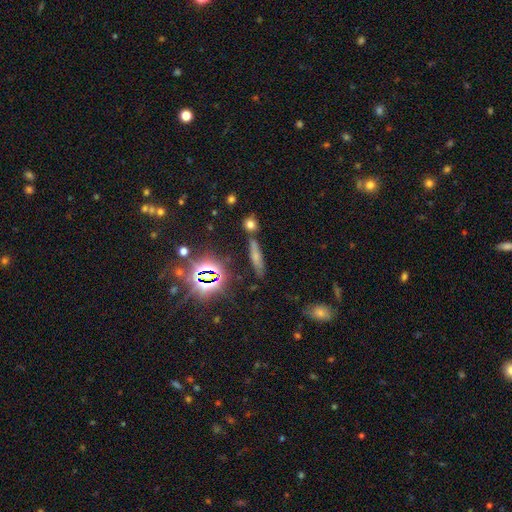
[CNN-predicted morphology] A smooth galaxy with no disk features (52%) that is cigar-shaped (72%). Merging: none (72%).